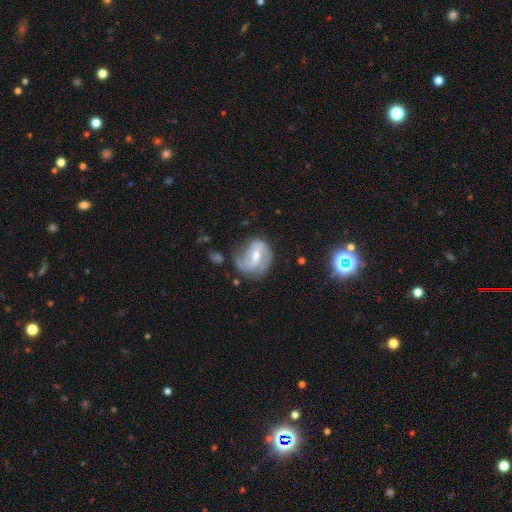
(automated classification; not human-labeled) Smooth or featured?
  - featured or disk: 76% *
  - smooth: 18%
  - star or artifact: 6%
Edge-on disk?
  - no: 97% *
  - yes: 3%
Bar?
  - weak: 49% *
  - strong: 33%
  - no: 18%
Spiral arms?
  - yes: 89% *
  - no: 11%
Spiral winding?
  - medium: 45% *
  - loose: 29%
  - tight: 26%
Spiral arm count?
  - 2: 69% *
  - can't tell: 13%
  - 3: 8%
  - 1: 7%
  - 4: 2%
  - more than 4: 2%
Bulge size?
  - moderate: 56% *
  - small: 39%
  - large: 3%
  - none: 2%
  - dominant: 1%
Merging?
  - none: 56% *
  - minor disturbance: 26%
  - major disturbance: 15%
  - merger: 3%